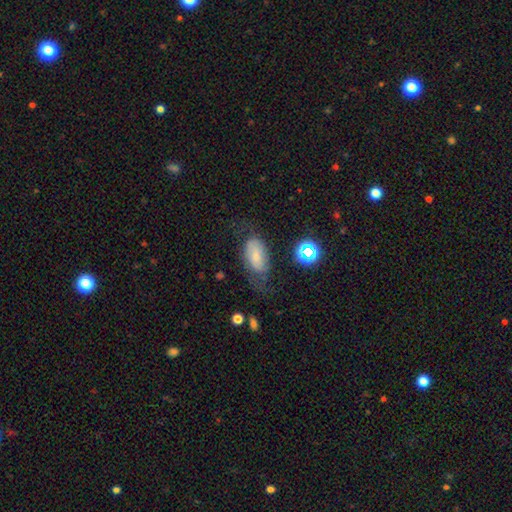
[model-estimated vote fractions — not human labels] Smooth or featured? smooth (57%)
How rounded? in between (90%)
Merging? none (43%)